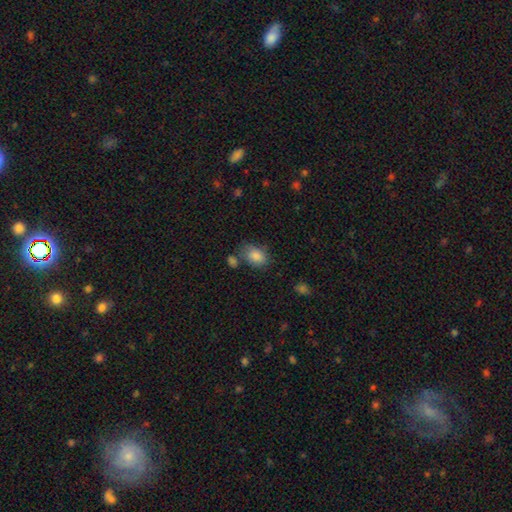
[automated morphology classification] This appears to be a smooth galaxy with no disk features (84%) that is in between round and cigar-shaped (78%). Merging: none (61%).